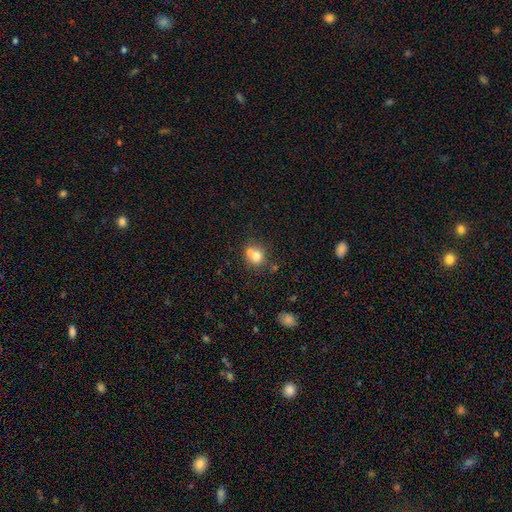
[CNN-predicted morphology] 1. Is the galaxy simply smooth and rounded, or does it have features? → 72% smooth, 16% featured or disk, 11% star or artifact.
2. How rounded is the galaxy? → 82% round, 18% in between, 1% cigar-shaped.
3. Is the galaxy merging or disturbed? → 48% merger, 41% none, 8% minor disturbance, 3% major disturbance.